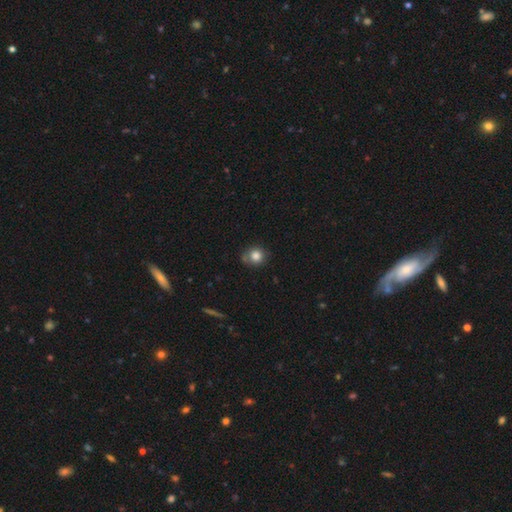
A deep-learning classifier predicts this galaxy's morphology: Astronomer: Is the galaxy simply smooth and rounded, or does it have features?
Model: smooth — 82%.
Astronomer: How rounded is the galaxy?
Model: round — 84%.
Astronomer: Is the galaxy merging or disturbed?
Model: none — 68%.